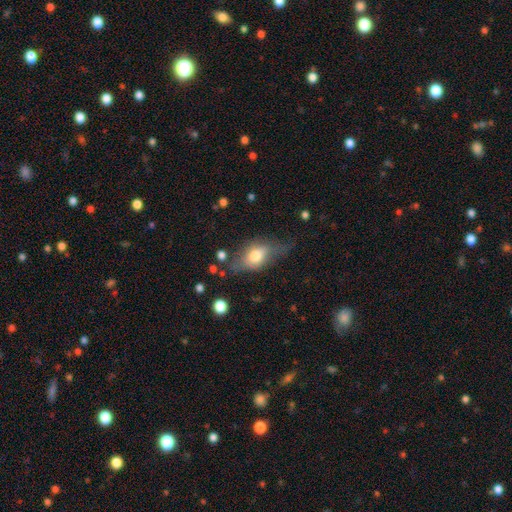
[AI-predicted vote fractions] Smooth or featured? Predicted: smooth (p=0.60). How rounded? Predicted: in between (p=0.81). Merging? Predicted: none (p=0.45).